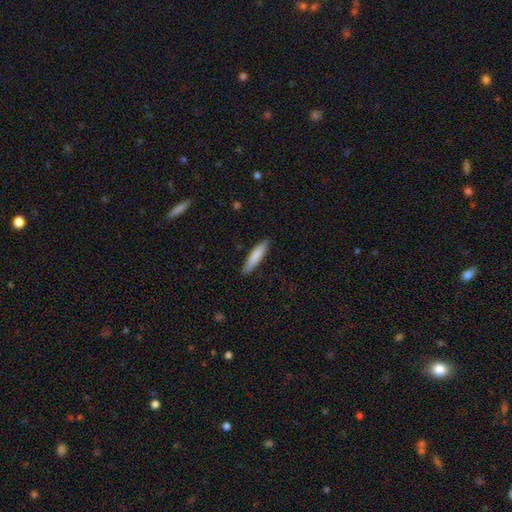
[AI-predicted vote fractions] This is clearly a smooth galaxy (81%). How rounded: clearly cigar-shaped (86%). Merging: clearly none (89%).